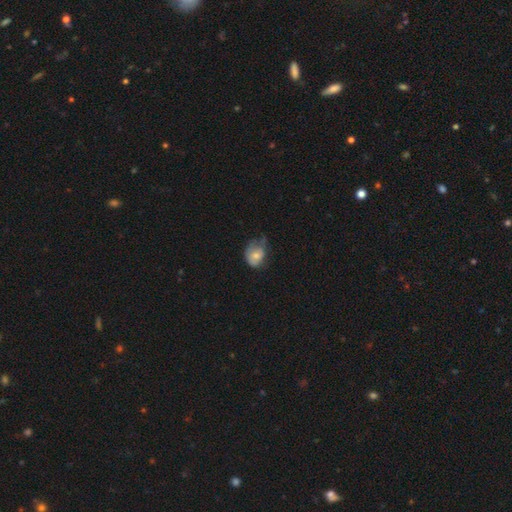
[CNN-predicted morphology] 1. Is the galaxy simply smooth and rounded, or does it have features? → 69% smooth, 22% featured or disk, 8% star or artifact.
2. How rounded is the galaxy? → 51% in between, 48% round, 1% cigar-shaped.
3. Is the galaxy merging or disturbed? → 41% minor disturbance, 33% none, 24% major disturbance, 3% merger.